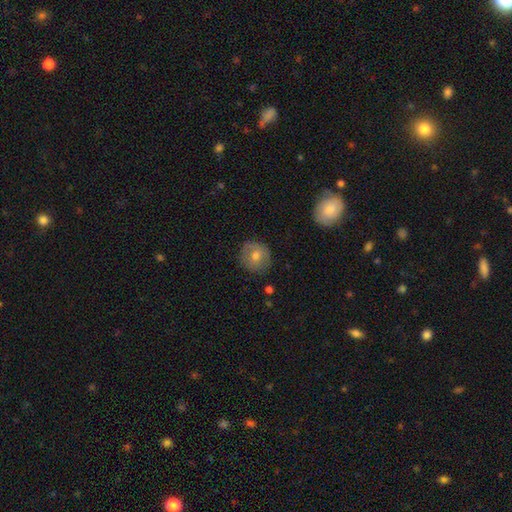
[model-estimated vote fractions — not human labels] Smooth or featured?
  - smooth: 61% *
  - featured or disk: 28%
  - star or artifact: 10%
How rounded?
  - round: 90% *
  - in between: 9%
  - cigar-shaped: 1%
Merging?
  - none: 81% *
  - minor disturbance: 14%
  - major disturbance: 3%
  - merger: 1%